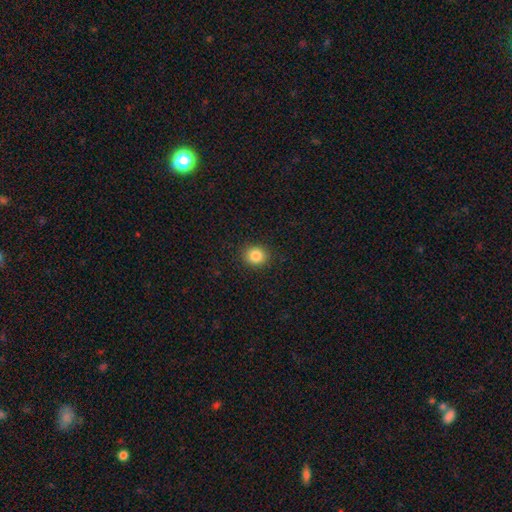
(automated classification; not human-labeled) The model was most divided on "how rounded": round: 77%, in between: 22%, cigar-shaped: 1%. More confident: merging — none (90%); smooth or featured — smooth (85%).